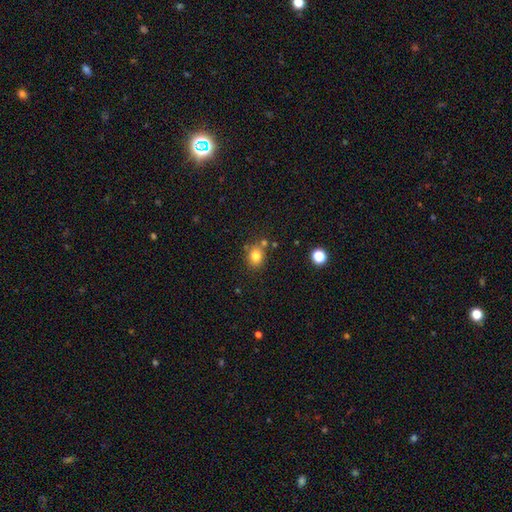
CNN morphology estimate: smooth_or_featured: smooth (p=0.81) [alt: star or artifact p=0.12]
how_rounded: round (p=0.57) [alt: in between p=0.42]
merging: none (p=0.72) [alt: minor disturbance p=0.13]